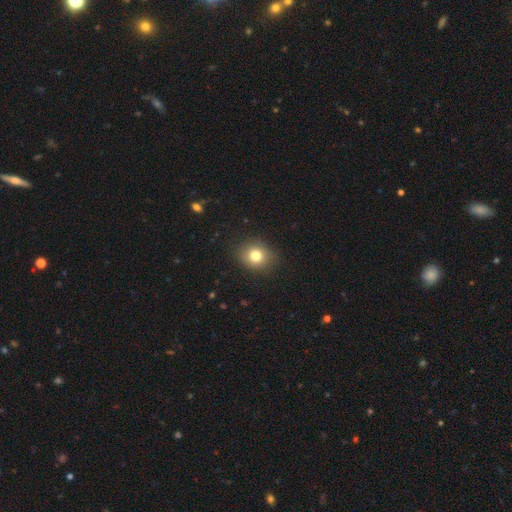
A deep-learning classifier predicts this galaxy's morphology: The model was most divided on "how rounded": round: 70%, in between: 29%, cigar-shaped: 1%. More confident: merging — none (87%); smooth or featured — smooth (79%).